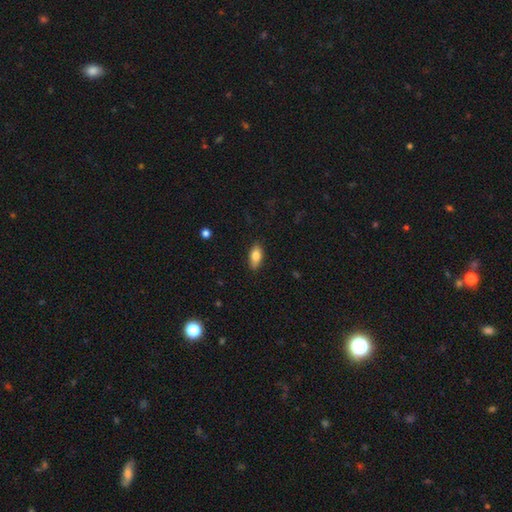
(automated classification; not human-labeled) smooth 78%, featured or disk 15%, star or artifact 7%. Down the decision tree: how rounded — in between (86%); merging — none (86%).